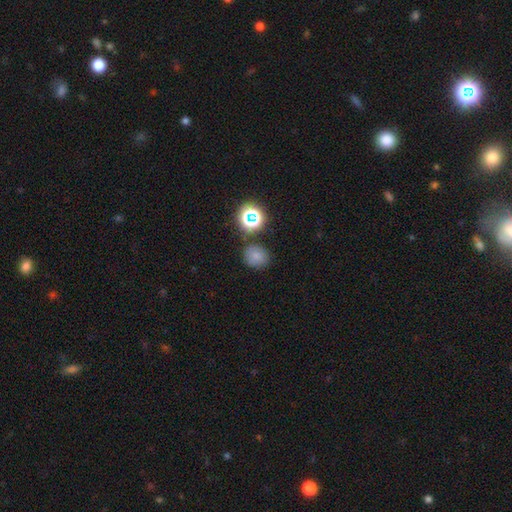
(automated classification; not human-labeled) A smooth galaxy with no disk features (72%) that is round (72%).

Vote fractions:
- Smooth or featured? smooth: 72% / star or artifact: 20% / featured or disk: 8%
- How rounded? round: 72% / in between: 27% / cigar-shaped: 1%
- Merging? none: 77% / minor disturbance: 13% / merger: 7% / major disturbance: 4%